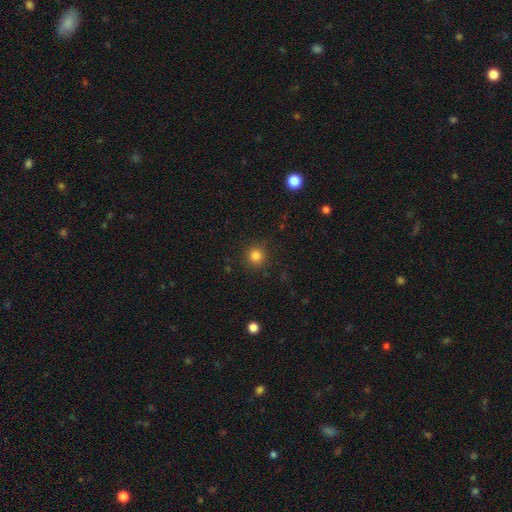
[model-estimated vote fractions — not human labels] The model was most divided on "smooth or featured": smooth: 83%, star or artifact: 12%, featured or disk: 4%. More confident: how rounded — round (92%); merging — none (88%).